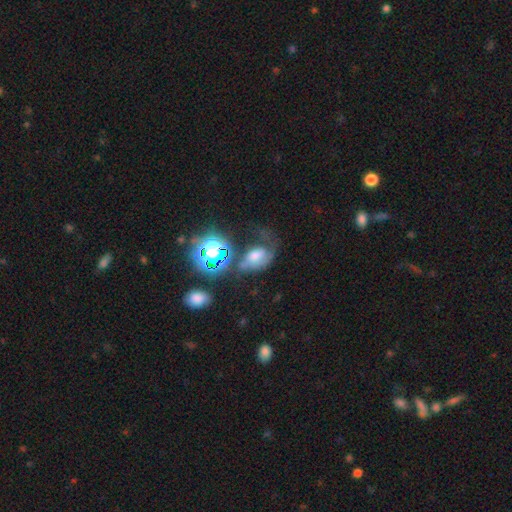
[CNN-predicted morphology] This appears to be a featured or disk galaxy (38%). Merging: major disturbance (42%).